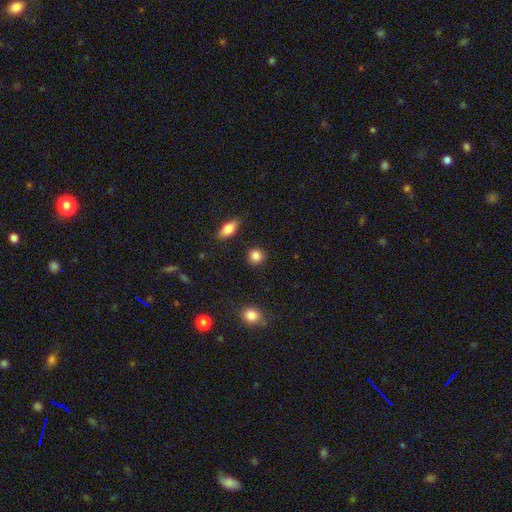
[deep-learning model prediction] Smooth or featured?
  - smooth: 87% *
  - star or artifact: 9%
  - featured or disk: 4%
How rounded?
  - round: 87% *
  - in between: 11%
  - cigar-shaped: 1%
Merging?
  - none: 88% *
  - minor disturbance: 8%
  - major disturbance: 2%
  - merger: 2%